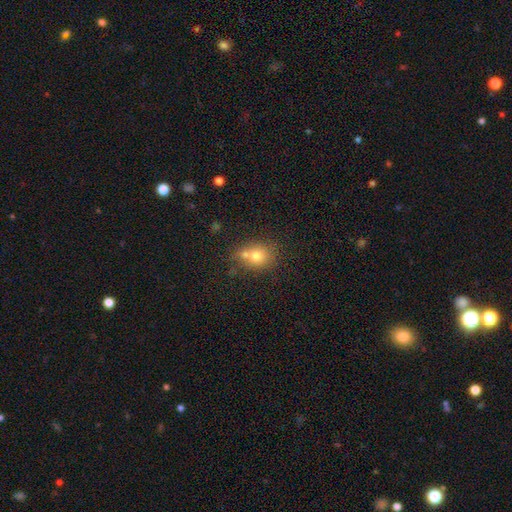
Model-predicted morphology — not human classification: This appears to be a smooth galaxy with no disk features (73%) that is round (70%). Merging: none (47%).